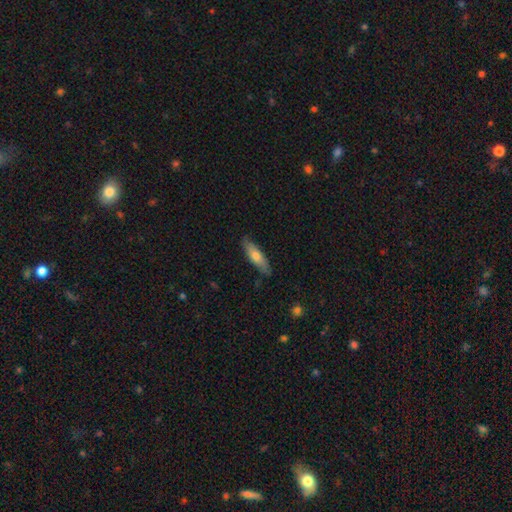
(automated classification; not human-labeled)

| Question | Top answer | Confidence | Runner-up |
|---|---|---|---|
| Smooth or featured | smooth | 64% | featured or disk (30%) |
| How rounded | cigar-shaped | 62% | in between (36%) |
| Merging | none | 82% | minor disturbance (14%) |